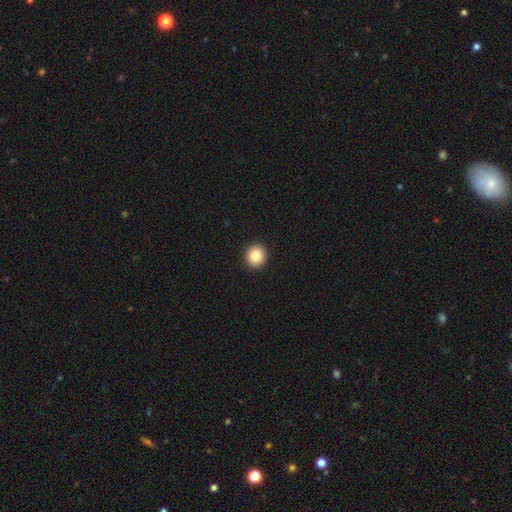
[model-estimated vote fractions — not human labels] A smooth galaxy with no disk features (84%) that is round (89%).

Vote fractions:
- Smooth or featured? smooth: 84% / star or artifact: 10% / featured or disk: 6%
- How rounded? round: 89% / in between: 10% / cigar-shaped: 1%
- Merging? none: 93% / minor disturbance: 4% / major disturbance: 1% / merger: 1%